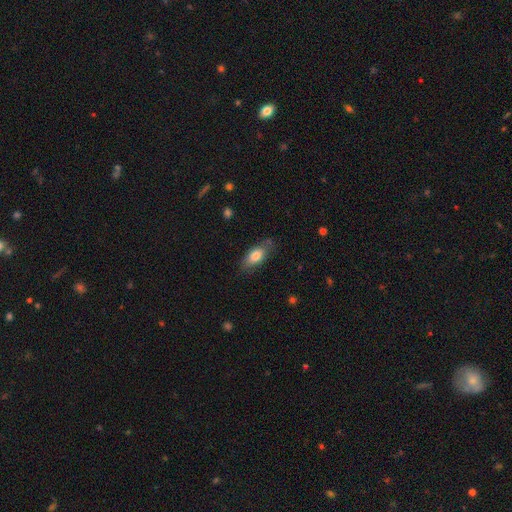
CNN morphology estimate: This is likely a smooth galaxy (78%). How rounded: clearly in between (85%). Merging: likely none (74%).